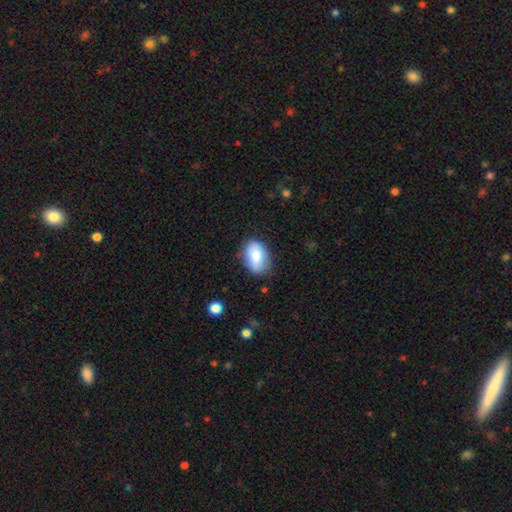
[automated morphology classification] type=smooth (81%); roundness=in between (88%); merging=none (73%).